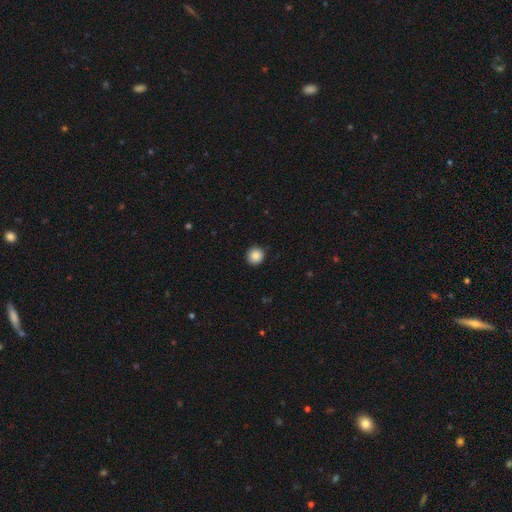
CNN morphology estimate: The model was most divided on "smooth or featured": smooth: 86%, star or artifact: 9%, featured or disk: 5%. More confident: how rounded — round (92%); merging — none (90%).